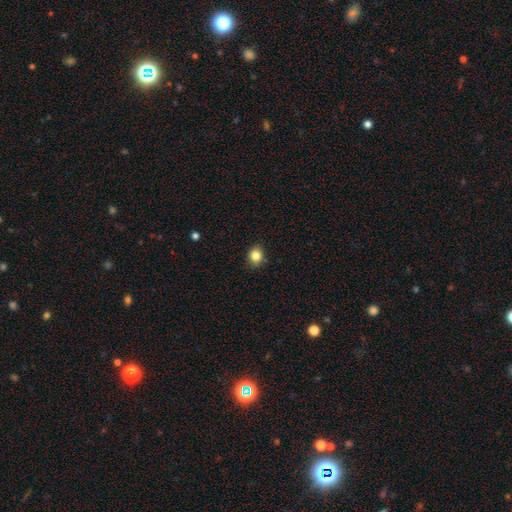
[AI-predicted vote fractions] Q: Smooth or featured?
A: smooth (85%); runner-up: star or artifact (10%)
Q: How rounded?
A: round (64%); runner-up: in between (35%)
Q: Merging?
A: none (87%); runner-up: minor disturbance (10%)